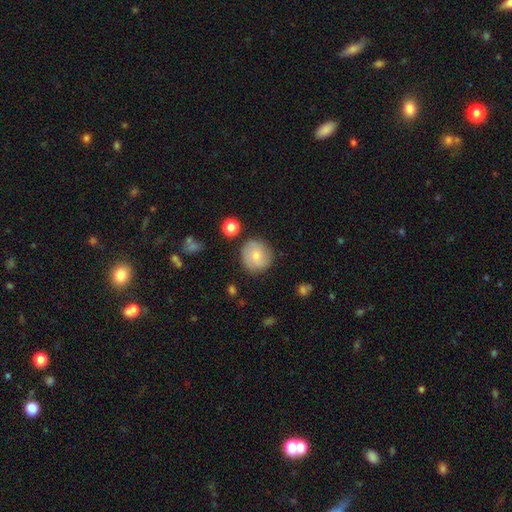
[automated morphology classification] Smooth or featured?
  - smooth: 73% *
  - featured or disk: 20%
  - star or artifact: 8%
How rounded?
  - round: 91% *
  - in between: 8%
  - cigar-shaped: 1%
Merging?
  - none: 82% *
  - minor disturbance: 12%
  - major disturbance: 3%
  - merger: 3%